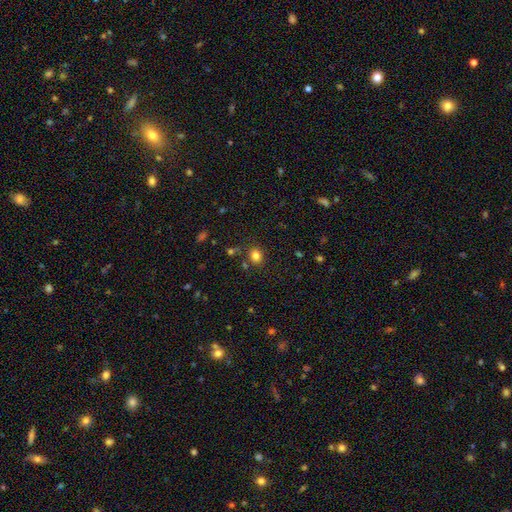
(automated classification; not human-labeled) The model was most divided on "how rounded": round: 64%, in between: 35%, cigar-shaped: 1%. More confident: smooth or featured — smooth (81%); merging — none (80%).